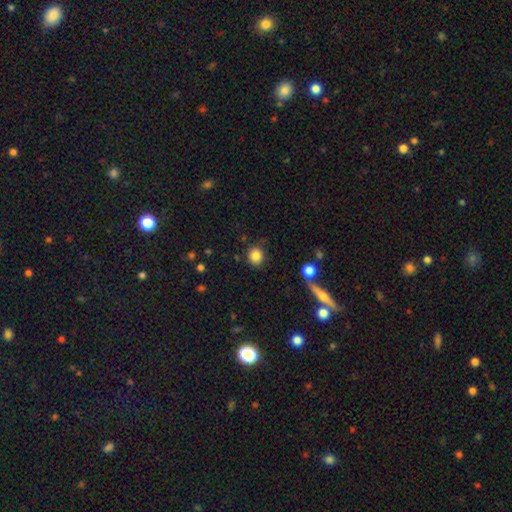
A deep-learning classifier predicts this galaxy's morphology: smooth_or_featured: smooth (p=0.84) [alt: star or artifact p=0.10]
how_rounded: round (p=0.80) [alt: in between p=0.19]
merging: none (p=0.83) [alt: minor disturbance p=0.10]